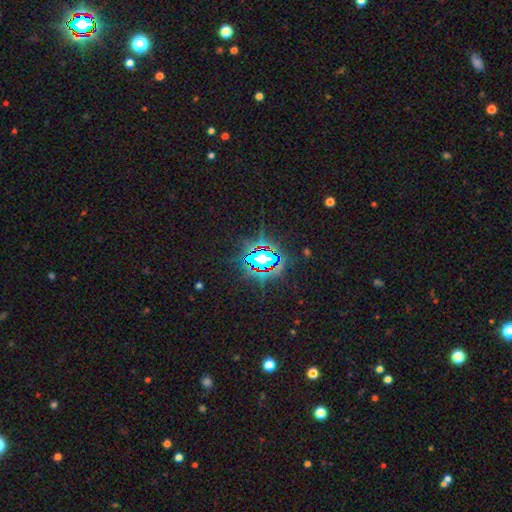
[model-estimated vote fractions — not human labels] The model was most divided on "smooth or featured": star or artifact: 74%, smooth: 16%, featured or disk: 11%.